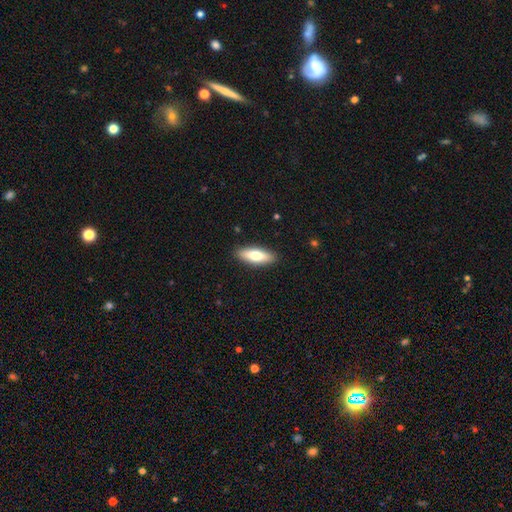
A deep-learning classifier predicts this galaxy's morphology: A smooth galaxy with no disk features (71%) that is in between round and cigar-shaped (59%). Merging: none (90%).